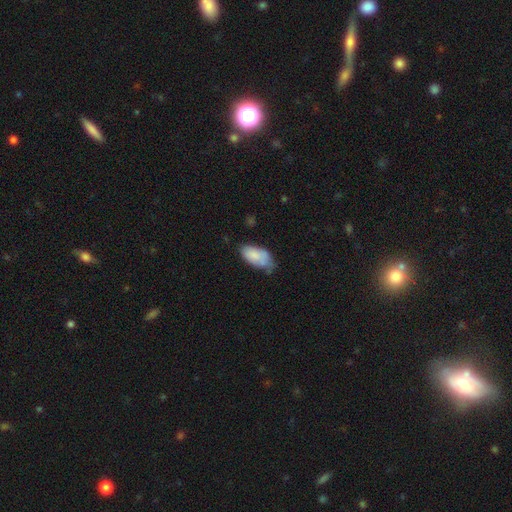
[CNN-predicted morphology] smooth 79%, featured or disk 14%, star or artifact 7%. Down the decision tree: how rounded — in between (94%); merging — none (41%, tied with minor disturbance).